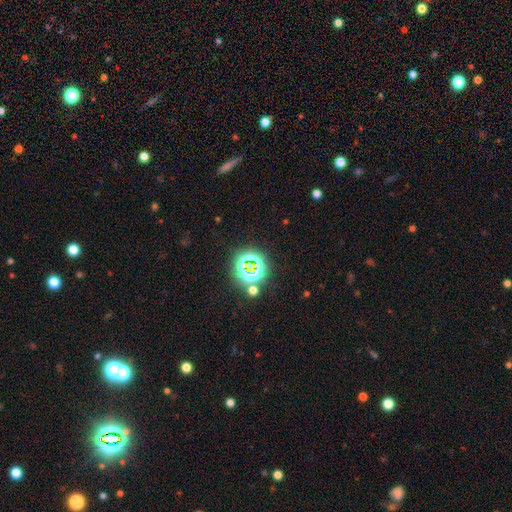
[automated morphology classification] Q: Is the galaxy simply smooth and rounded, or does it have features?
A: star or artifact — 76%.